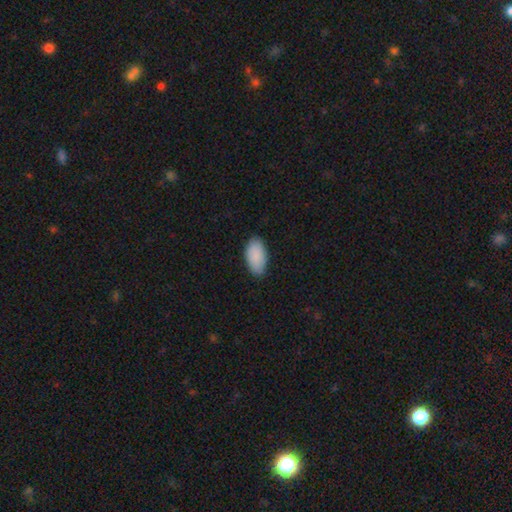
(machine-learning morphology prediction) Overall: smooth (89%). How rounded: in between (95%). Merging: none (80%).